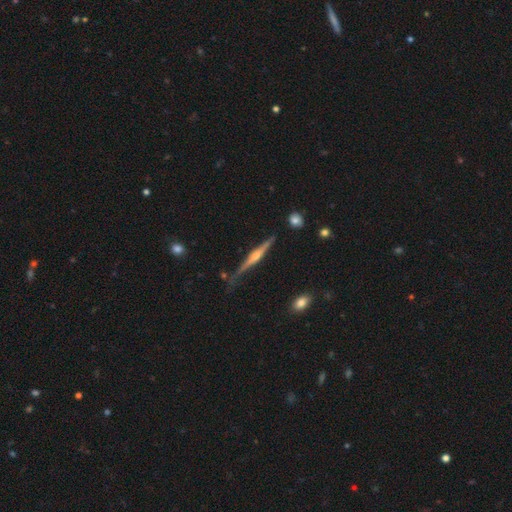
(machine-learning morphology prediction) Overall: featured or disk (80%). Edge-on disk: yes (98%). Edge-on bulge: rounded (82%). Merging: none (79%).